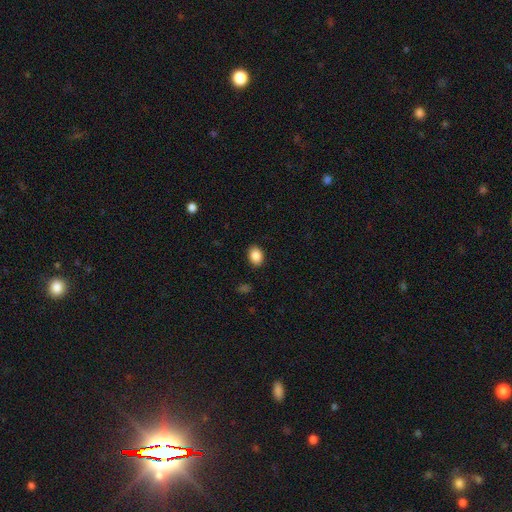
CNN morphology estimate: Smooth or featured?
  - smooth: 88% *
  - star or artifact: 8%
  - featured or disk: 4%
How rounded?
  - in between: 69% *
  - round: 30%
  - cigar-shaped: 1%
Merging?
  - none: 90% *
  - minor disturbance: 7%
  - major disturbance: 2%
  - merger: 1%